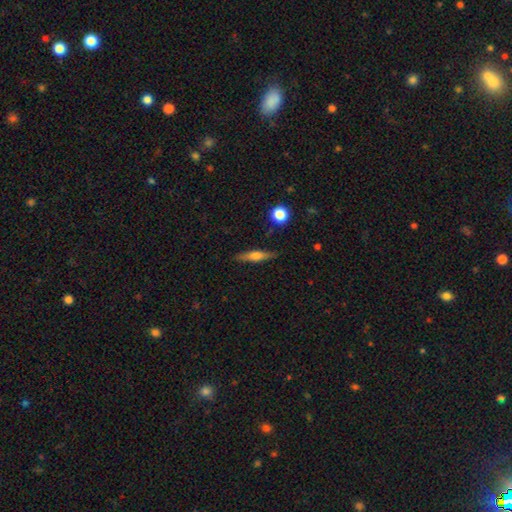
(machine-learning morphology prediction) Q: Smooth or featured?
A: featured or disk (49%); runner-up: smooth (43%)
Q: Merging?
A: none (85%); runner-up: minor disturbance (11%)